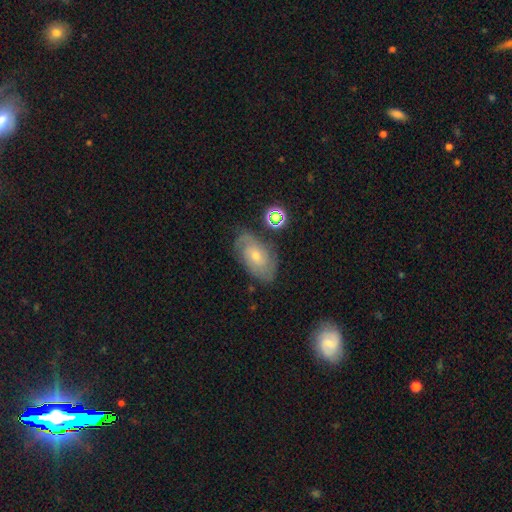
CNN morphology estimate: This appears to be a featured or disk galaxy (69%) with no bar (69%), 2 (43%) tight (58%) spiral arms (90%) and a small central bulge (58%). Merging: none (75%).